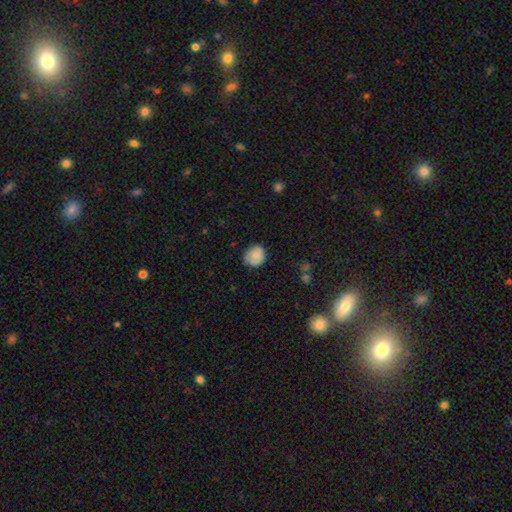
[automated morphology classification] A smooth galaxy with no disk features (79%) that is round (73%). Merging: none (71%).